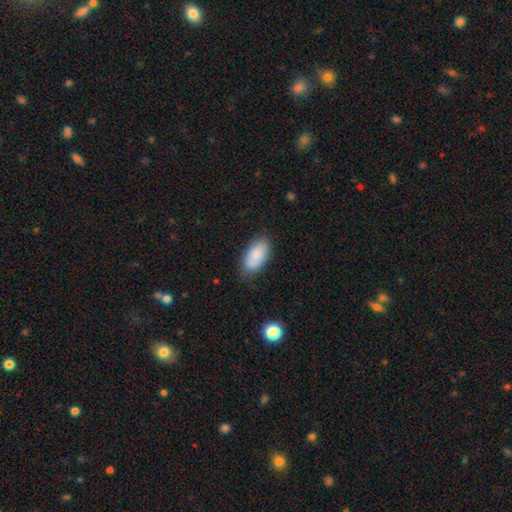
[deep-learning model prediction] smooth 83%, featured or disk 10%, star or artifact 7%. Down the decision tree: how rounded — in between (93%); merging — none (75%).